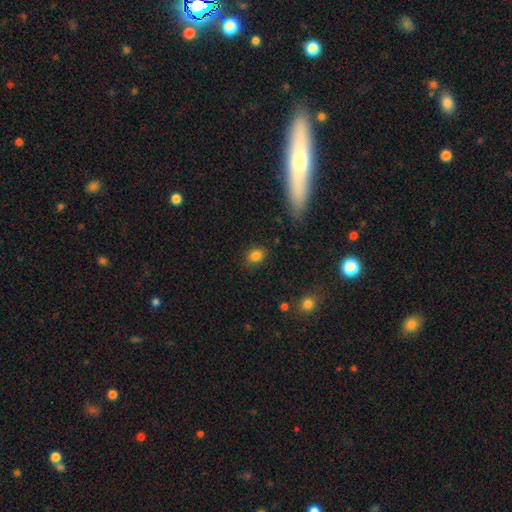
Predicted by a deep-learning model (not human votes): This is clearly a smooth galaxy (83%). How rounded: possibly in between (51%). Merging: clearly none (84%).